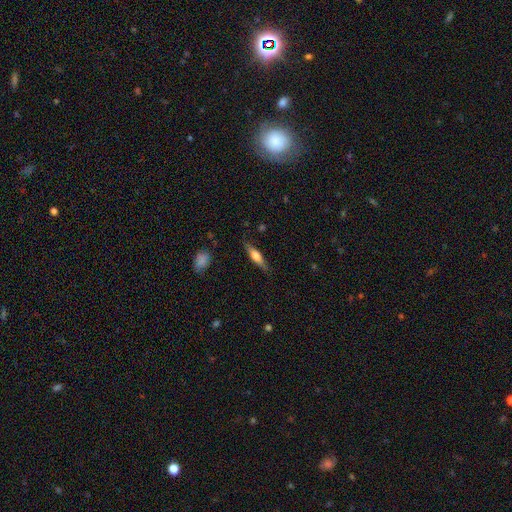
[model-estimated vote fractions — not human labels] A featured or disk galaxy (48%). Merging: none (84%).